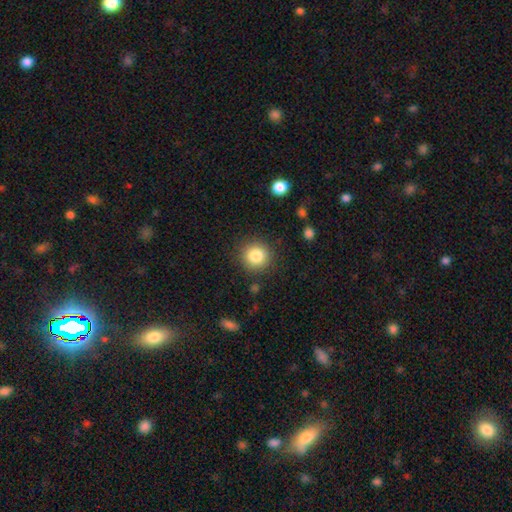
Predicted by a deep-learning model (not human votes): Smooth or featured?
  - smooth: 84% *
  - star or artifact: 10%
  - featured or disk: 6%
How rounded?
  - round: 93% *
  - in between: 6%
  - cigar-shaped: 1%
Merging?
  - none: 87% *
  - minor disturbance: 8%
  - major disturbance: 3%
  - merger: 2%